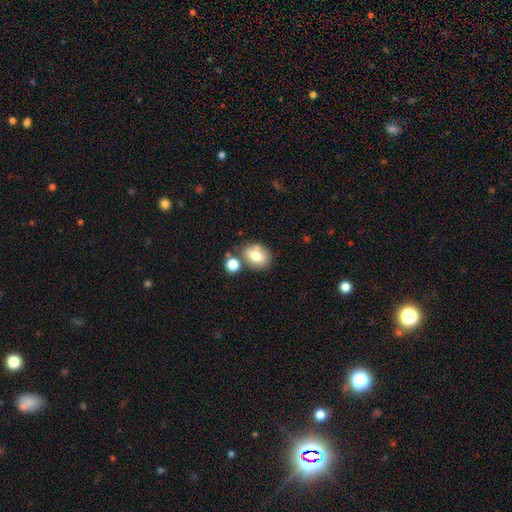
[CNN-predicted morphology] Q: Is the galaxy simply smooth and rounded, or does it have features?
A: smooth — 76%.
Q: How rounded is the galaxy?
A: in between — 64%.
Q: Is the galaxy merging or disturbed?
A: none — 60%.